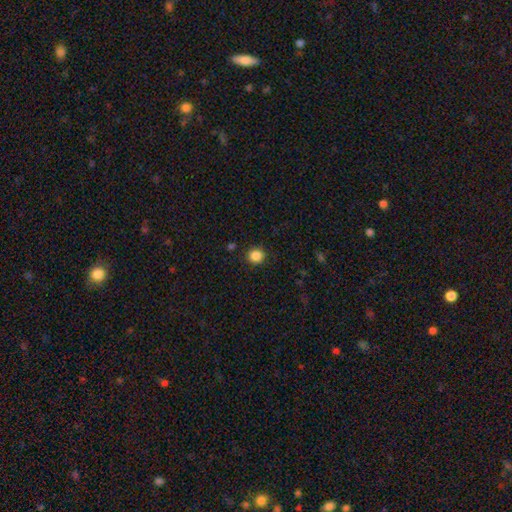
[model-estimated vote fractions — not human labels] The model was most divided on "smooth or featured": smooth: 86%, star or artifact: 11%, featured or disk: 3%. More confident: merging — none (91%); how rounded — round (89%).